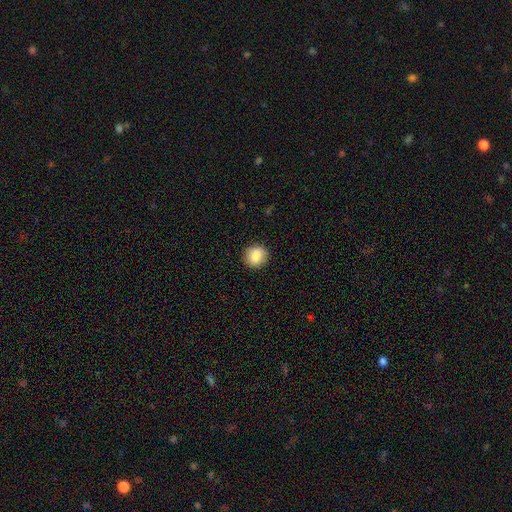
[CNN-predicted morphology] smooth-or-featured: smooth: 85% | star or artifact: 8% | featured or disk: 7%
  how-rounded: round: 83% | in between: 16% | cigar-shaped: 1%
  merging: none: 89% | minor disturbance: 8% | major disturbance: 2% | merger: 1%